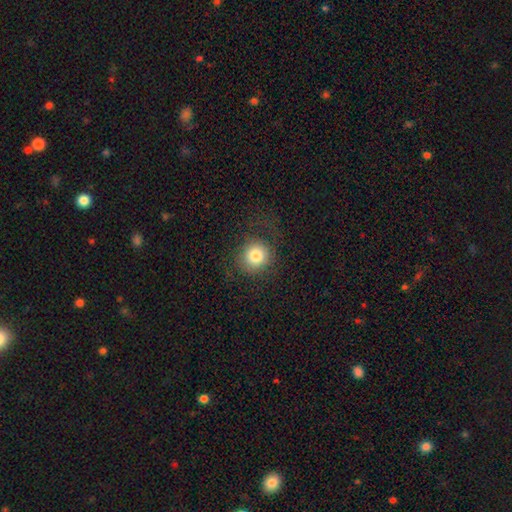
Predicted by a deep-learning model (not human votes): smooth-or-featured: smooth: 79% | star or artifact: 11% | featured or disk: 10%
  how-rounded: round: 89% | in between: 10% | cigar-shaped: 1%
  merging: none: 77% | minor disturbance: 12% | major disturbance: 10% | merger: 1%